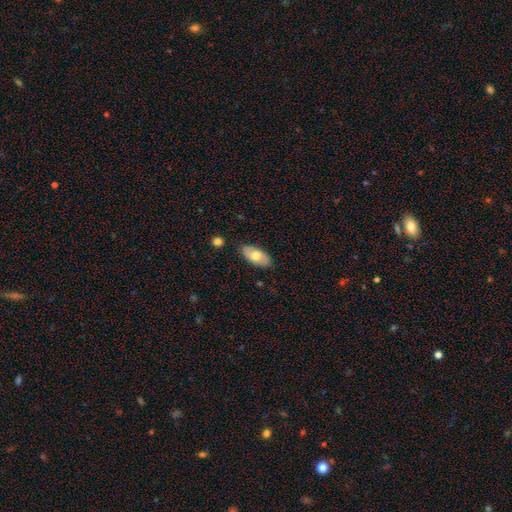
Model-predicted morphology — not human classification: type=smooth (68%); roundness=in between (92%); merging=none (85%).